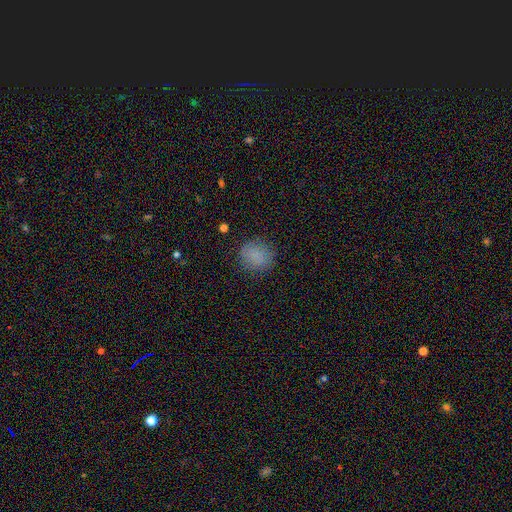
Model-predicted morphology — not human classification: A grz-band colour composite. It shows a smooth galaxy with no disk features (84%) that is round (82%). Merging: none (85%).